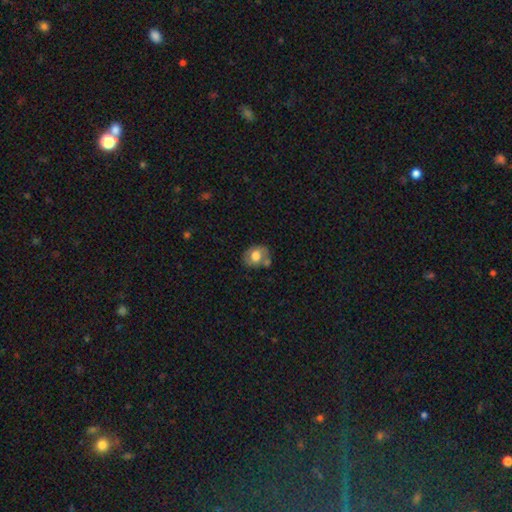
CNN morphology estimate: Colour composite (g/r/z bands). It shows a smooth galaxy with no disk features (63%) that is in between round and cigar-shaped (50%). Merging: none (58%).